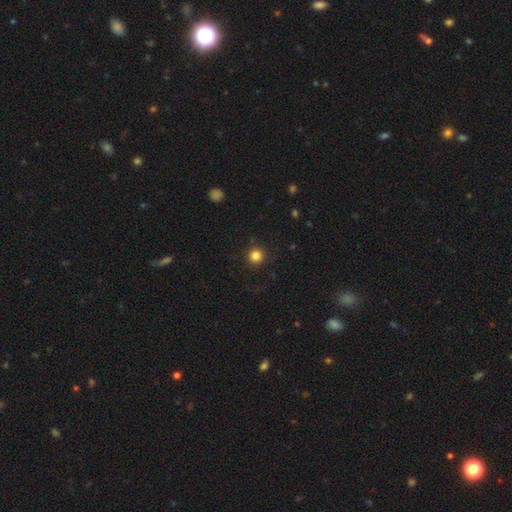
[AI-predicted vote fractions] A smooth galaxy with no disk features (84%) that is round (95%). Merging: none (90%).